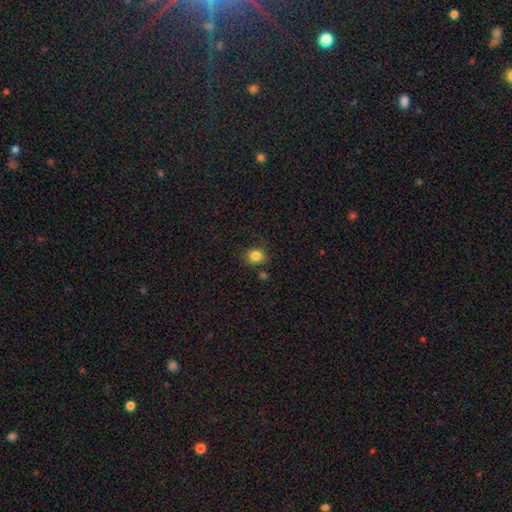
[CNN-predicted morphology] This appears to be a smooth galaxy with no disk features (83%) that is round (63%). Merging: none (77%).